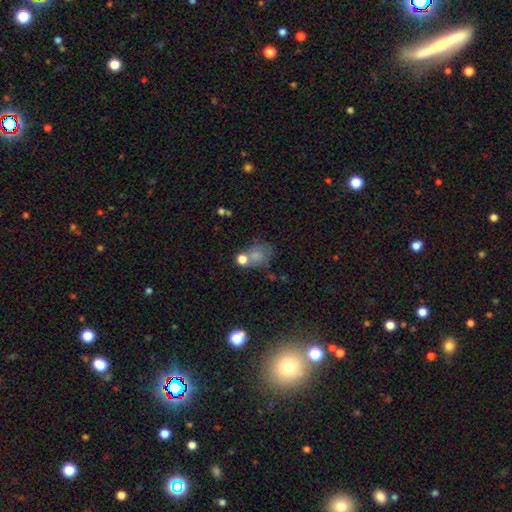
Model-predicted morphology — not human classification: A smooth galaxy with no disk features (72%) that is in between round and cigar-shaped (52%).

Vote fractions:
- Smooth or featured? smooth: 72% / featured or disk: 14% / star or artifact: 14%
- How rounded? in between: 52% / round: 47% / cigar-shaped: 1%
- Merging? none: 42% / merger: 28% / minor disturbance: 19% / major disturbance: 11%